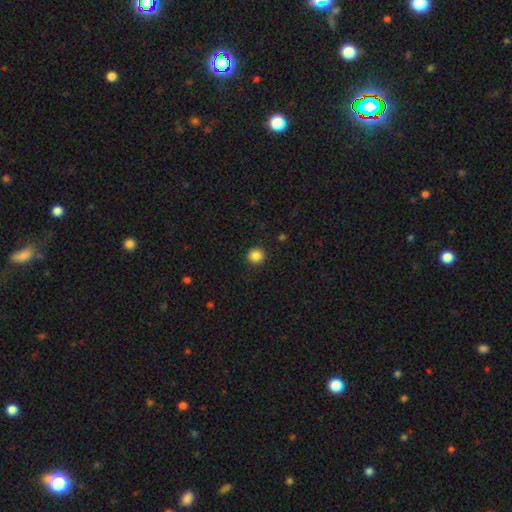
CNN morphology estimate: type=smooth (87%); roundness=round (90%); merging=none (90%).